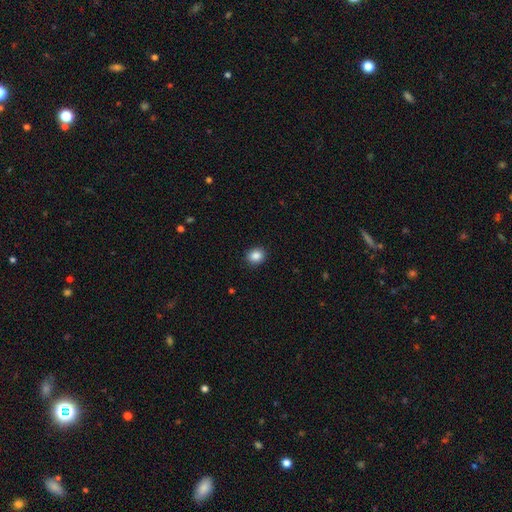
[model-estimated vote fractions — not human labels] smooth 87%, star or artifact 9%, featured or disk 4%. Down the decision tree: how rounded — round (71%); merging — none (91%).